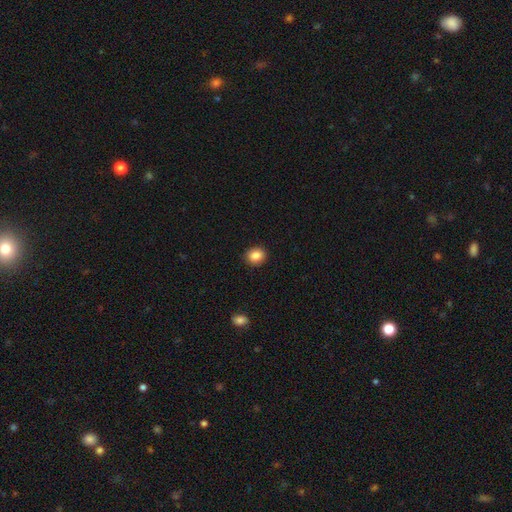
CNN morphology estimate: This appears to be a smooth galaxy with no disk features (86%) that is round (71%). Merging: none (91%).